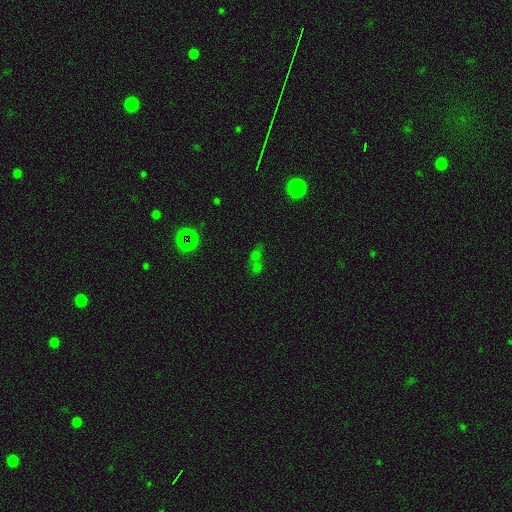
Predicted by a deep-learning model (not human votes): Morphology: type=smooth (44%); merging=merger (44%).